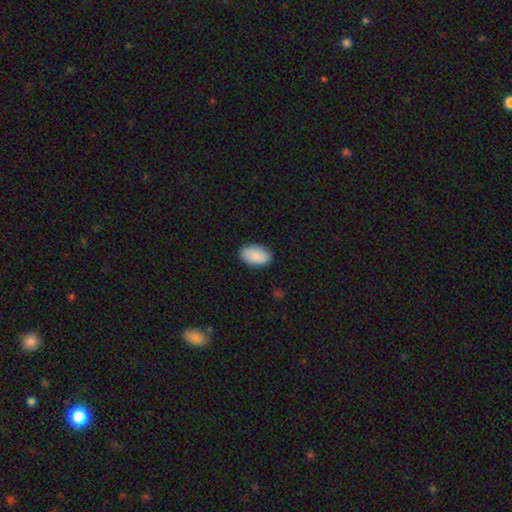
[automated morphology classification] Smooth or featured? smooth (90%)
How rounded? in between (94%)
Merging? none (87%)